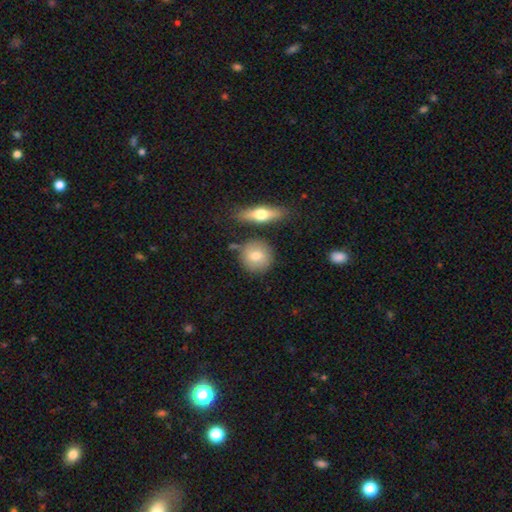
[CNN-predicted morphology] Smooth or featured: smooth — 74% (featured or disk — 19%)
How rounded: round — 84% (in between — 13%)
Merging: none — 78% (minor disturbance — 11%)